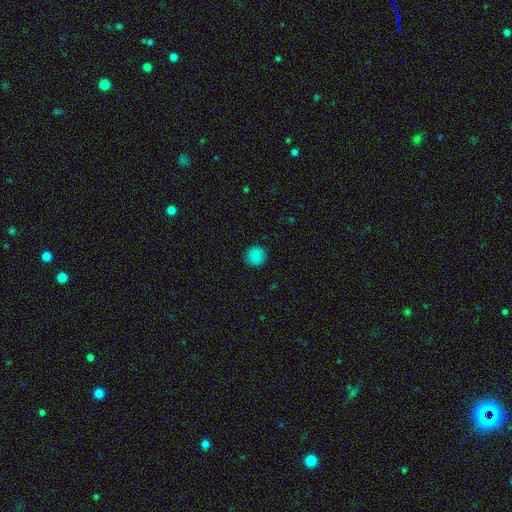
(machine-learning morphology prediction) Smooth or featured? smooth (86%)
How rounded? round (93%)
Merging? none (91%)